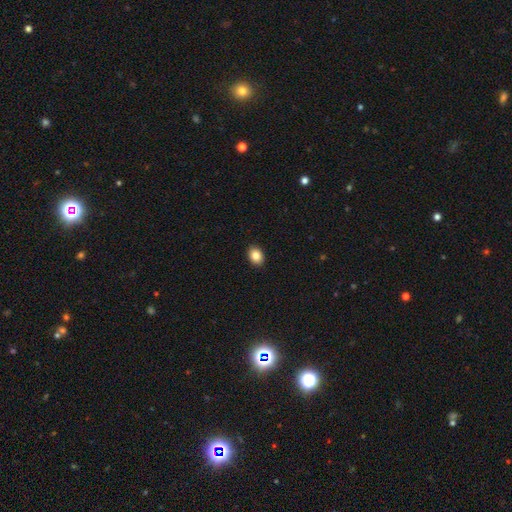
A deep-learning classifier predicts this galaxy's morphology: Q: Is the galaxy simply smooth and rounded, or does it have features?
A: smooth — 86%.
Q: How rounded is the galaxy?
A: in between — 67%.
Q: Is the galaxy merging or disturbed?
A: none — 91%.